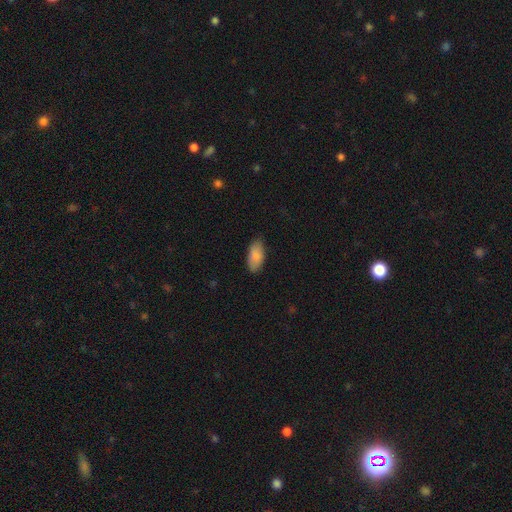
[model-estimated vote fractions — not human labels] smooth-or-featured: smooth: 86% | featured or disk: 8% | star or artifact: 6%
  how-rounded: in between: 91% | cigar-shaped: 7% | round: 2%
  merging: none: 79% | minor disturbance: 17% | major disturbance: 3% | merger: 1%